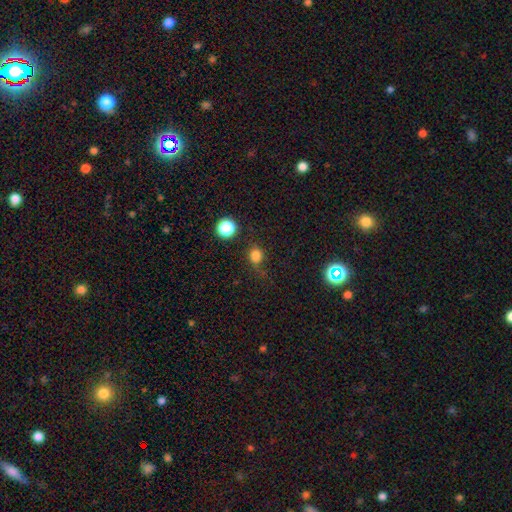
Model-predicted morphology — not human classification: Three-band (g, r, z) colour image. It shows a smooth galaxy with no disk features (77%) that is round (72%). Merging: none (62%).